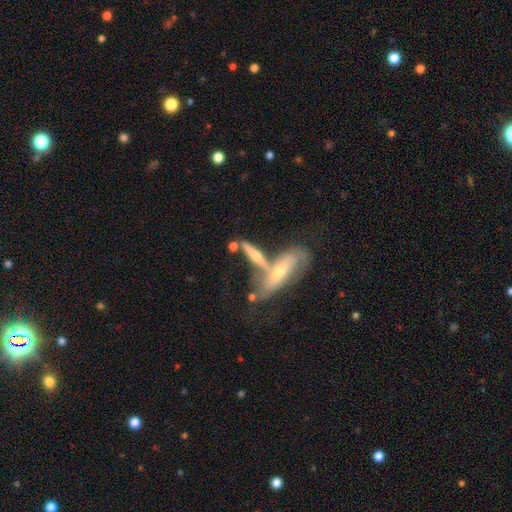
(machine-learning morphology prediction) Q: Smooth or featured?
A: featured or disk (59%); runner-up: smooth (33%)
Q: Edge-on disk?
A: yes (79%); runner-up: no (21%)
Q: Merging?
A: merger (44%); runner-up: none (39%)